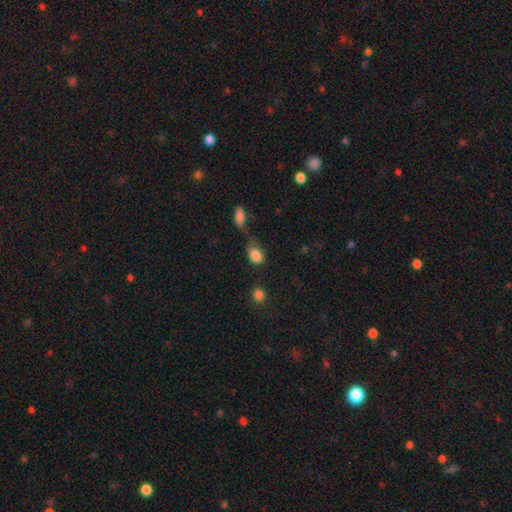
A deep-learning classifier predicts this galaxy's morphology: Smooth or featured? smooth (84%)
How rounded? in between (74%)
Merging? none (39%)